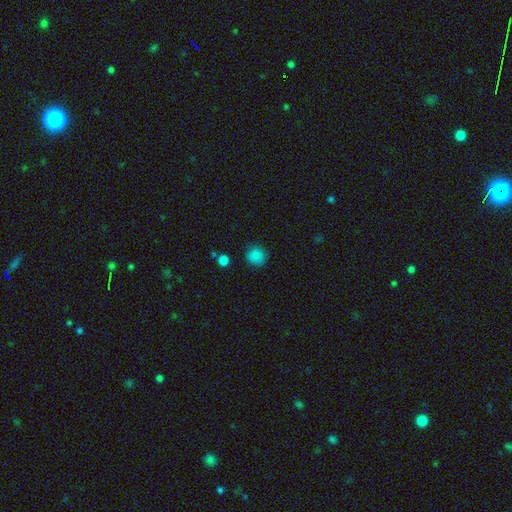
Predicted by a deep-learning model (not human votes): Q: Smooth or featured?
A: smooth (85%); runner-up: star or artifact (11%)
Q: How rounded?
A: round (91%); runner-up: in between (8%)
Q: Merging?
A: none (87%); runner-up: minor disturbance (8%)